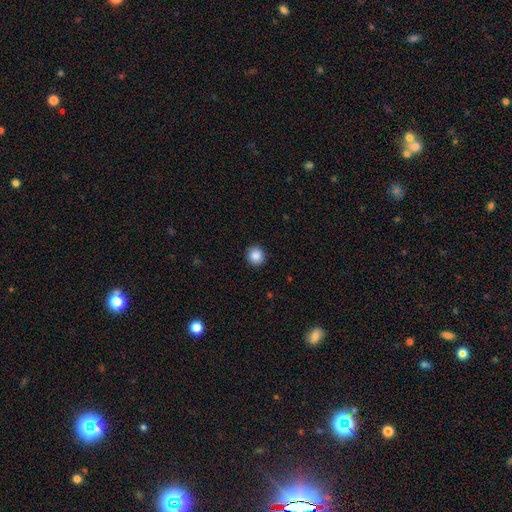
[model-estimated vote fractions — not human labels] smooth_or_featured: smooth (p=0.87) [alt: star or artifact p=0.09]
how_rounded: round (p=0.91) [alt: in between p=0.08]
merging: none (p=0.92) [alt: minor disturbance p=0.05]